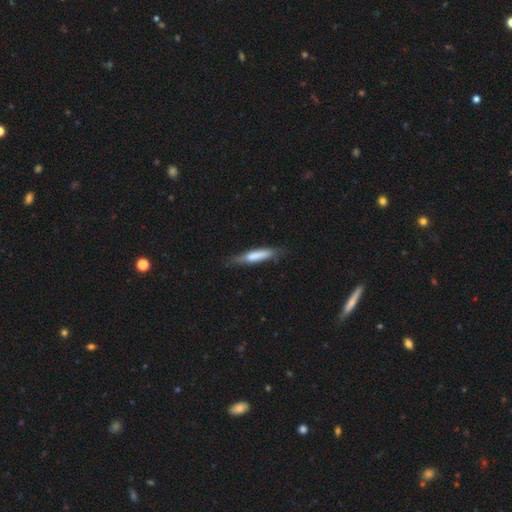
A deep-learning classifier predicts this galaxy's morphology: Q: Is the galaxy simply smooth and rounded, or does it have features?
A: smooth — 68%.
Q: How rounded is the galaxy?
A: cigar-shaped — 84%.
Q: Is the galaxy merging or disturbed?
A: none — 72%.